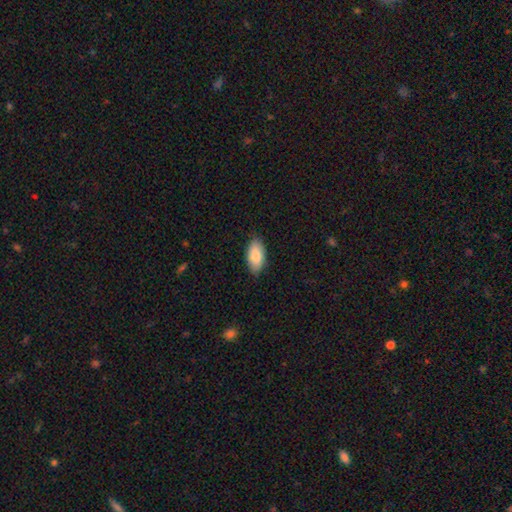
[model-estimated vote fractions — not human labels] The model was most divided on "smooth or featured": smooth: 83%, featured or disk: 11%, star or artifact: 6%. More confident: how rounded — in between (93%); merging — none (85%).